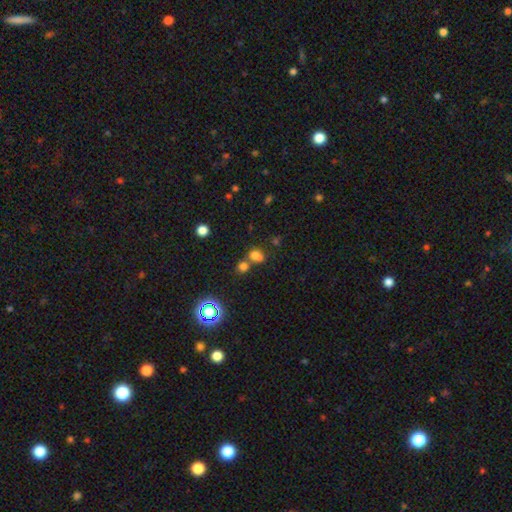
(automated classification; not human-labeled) Morphology: type=smooth (67%); roundness=in between (49%, tied with round); merging=merger (45%).